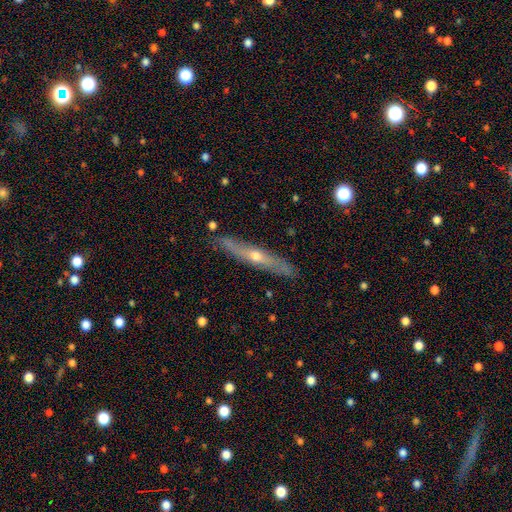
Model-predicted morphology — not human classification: Smooth or featured: featured or disk — 61% (smooth — 27%)
Edge-on disk: yes — 85% (no — 15%)
Edge-on bulge: rounded — 84% (none — 13%)
Merging: none — 84% (minor disturbance — 12%)